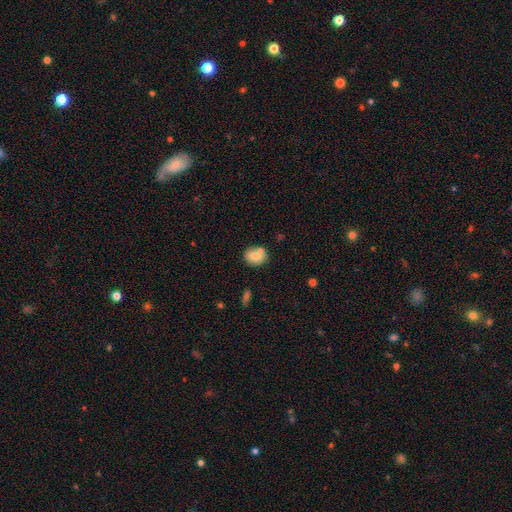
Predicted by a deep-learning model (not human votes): The model was most divided on "how rounded": round: 52%, in between: 47%, cigar-shaped: 1%. More confident: smooth or featured — smooth (76%); merging — none (67%).